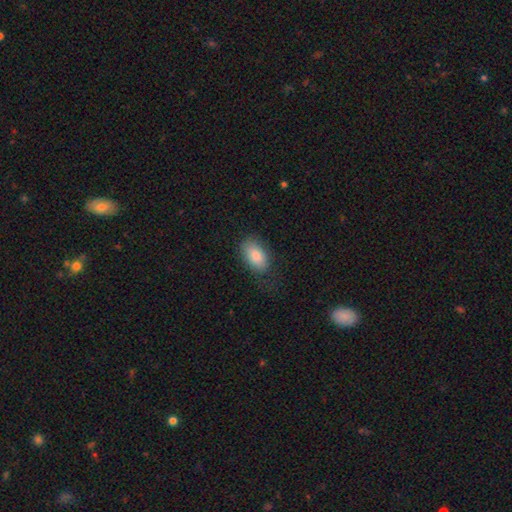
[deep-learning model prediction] Smooth or featured: smooth — 85% (featured or disk — 8%)
How rounded: in between — 92% (round — 6%)
Merging: none — 75% (minor disturbance — 18%)